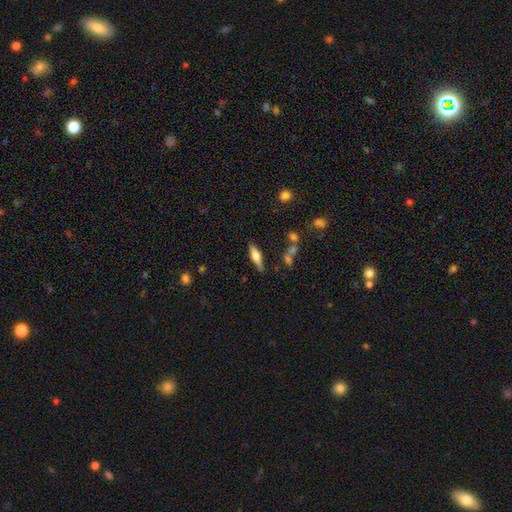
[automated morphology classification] Smooth or featured: featured or disk — 51% (smooth — 42%)
Edge-on disk: yes — 94% (no — 6%)
Merging: none — 82% (minor disturbance — 11%)